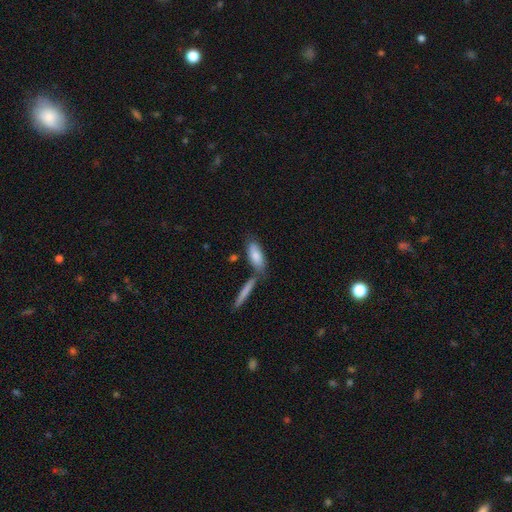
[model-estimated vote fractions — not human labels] Overall: smooth (81%). How rounded: in between (67%; cigar-shaped 30%). Merging: none (59%; merger 22%).